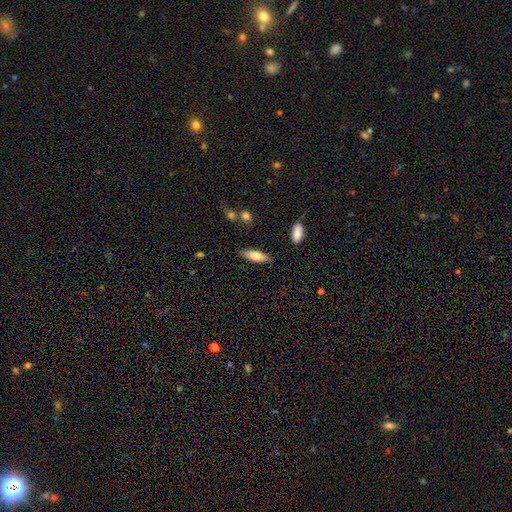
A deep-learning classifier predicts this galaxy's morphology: smooth 74%, featured or disk 20%, star or artifact 6%. Down the decision tree: how rounded — in between (63%); merging — none (83%).